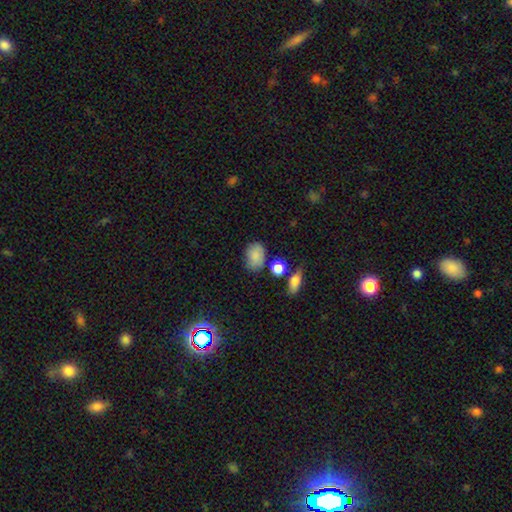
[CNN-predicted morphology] type=smooth (83%); roundness=in between (80%); merging=none (66%).